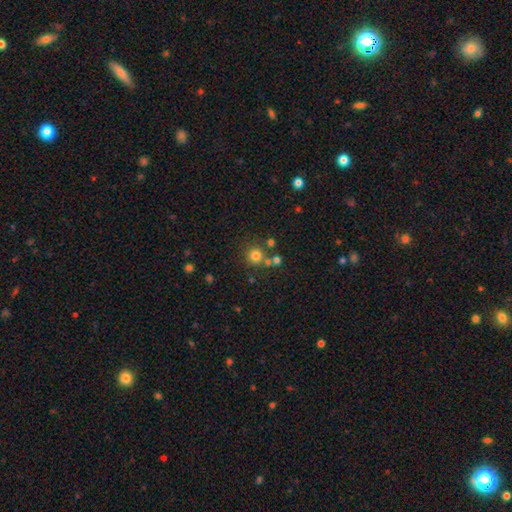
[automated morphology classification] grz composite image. It shows a smooth galaxy with no disk features (76%) that is round (93%). Merging: none (74%).